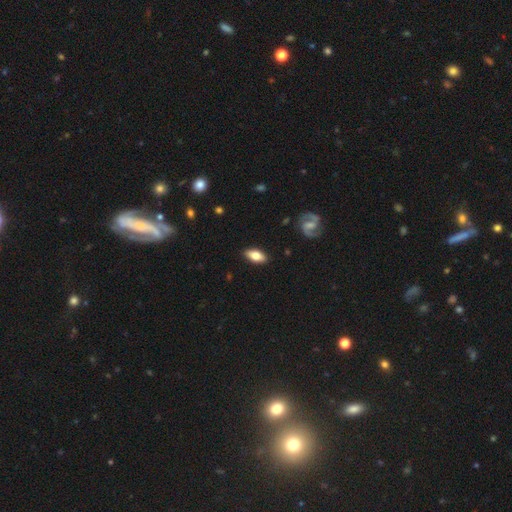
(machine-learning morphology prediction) Smooth or featured? smooth (66%)
How rounded? in between (86%)
Merging? none (87%)